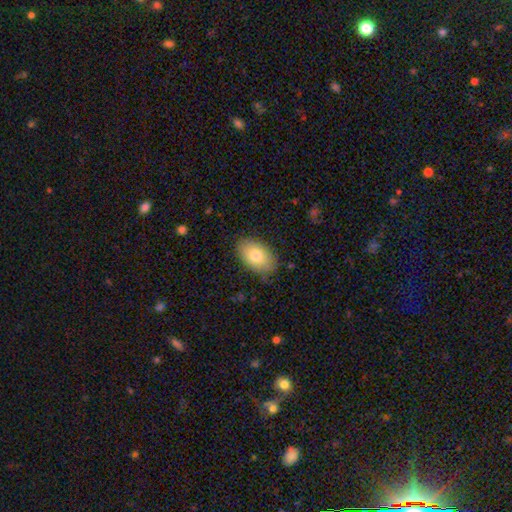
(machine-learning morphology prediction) Overall: smooth (77%). How rounded: in between (91%). Merging: none (82%).